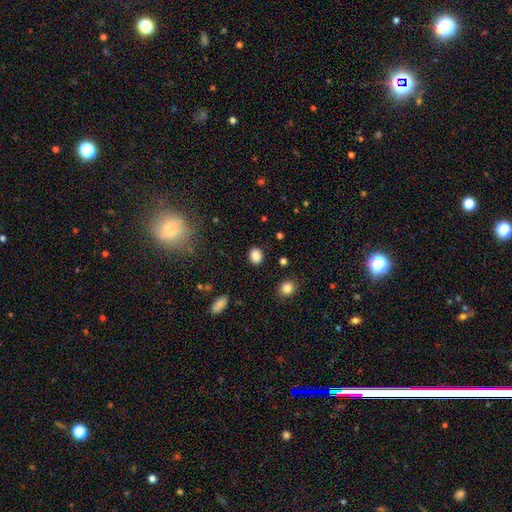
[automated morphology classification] The model was most divided on "how rounded": round: 52%, in between: 47%, cigar-shaped: 1%. More confident: merging — none (88%); smooth or featured — smooth (86%).